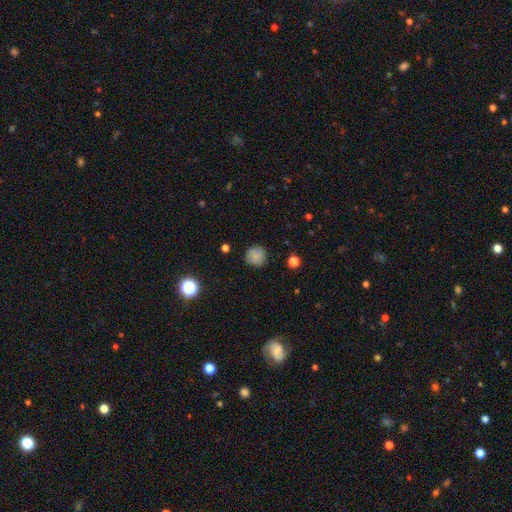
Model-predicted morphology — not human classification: Smooth or featured? Predicted: smooth (p=0.84). How rounded? Predicted: round (p=0.93). Merging? Predicted: none (p=0.86).